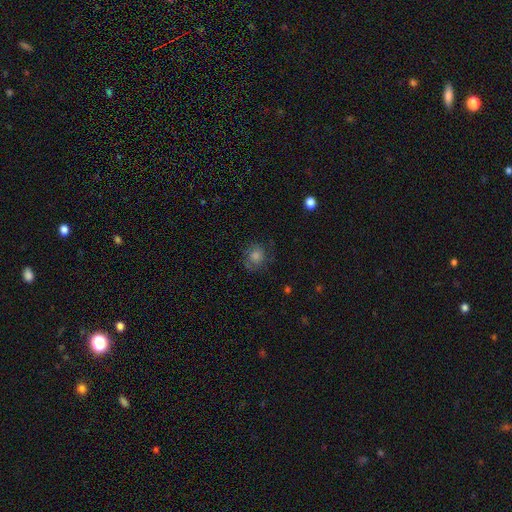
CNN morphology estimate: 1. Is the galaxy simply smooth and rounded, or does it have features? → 57% smooth, 25% featured or disk, 18% star or artifact.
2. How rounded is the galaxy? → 84% round, 15% in between, 1% cigar-shaped.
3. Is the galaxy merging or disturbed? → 73% none, 16% minor disturbance, 9% major disturbance, 1% merger.